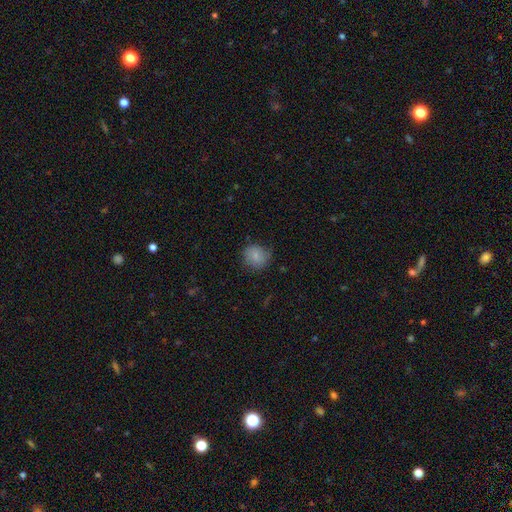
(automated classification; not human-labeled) Q: Smooth or featured?
A: smooth (81%); runner-up: featured or disk (11%)
Q: How rounded?
A: round (82%); runner-up: in between (17%)
Q: Merging?
A: none (72%); runner-up: minor disturbance (21%)